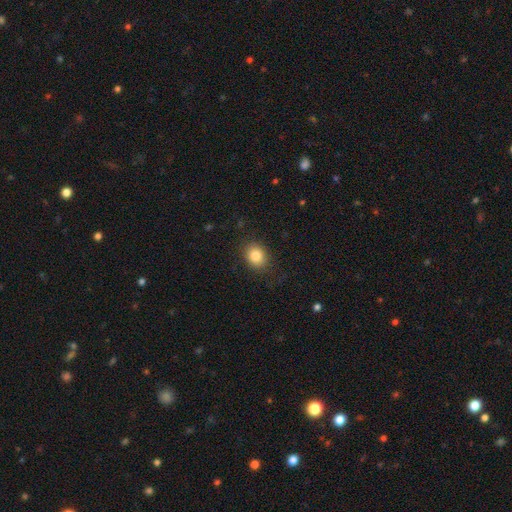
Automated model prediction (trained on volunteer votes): Q: Smooth or featured?
A: smooth (83%); runner-up: star or artifact (10%)
Q: How rounded?
A: round (58%); runner-up: in between (41%)
Q: Merging?
A: none (85%); runner-up: minor disturbance (11%)